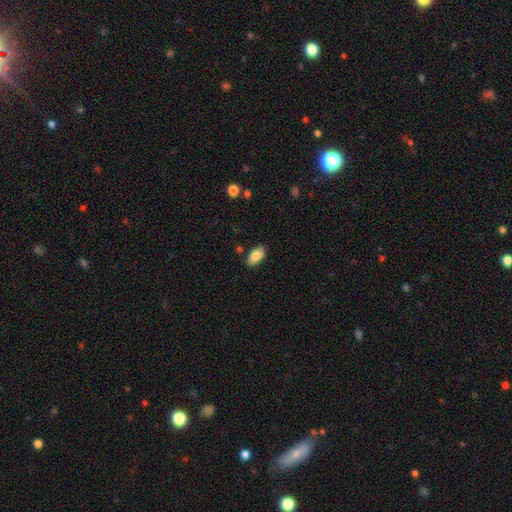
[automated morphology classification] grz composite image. It shows a smooth galaxy with no disk features (83%) that is in between round and cigar-shaped (93%). Merging: none (84%).